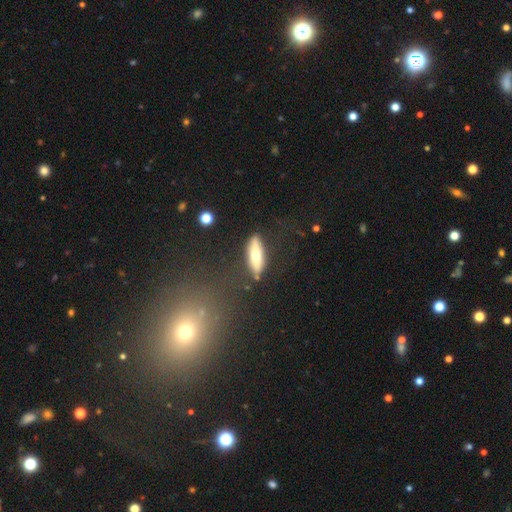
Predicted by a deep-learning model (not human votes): The model was most divided on "how rounded": cigar-shaped: 52%, in between: 45%, round: 3%. More confident: merging — none (78%); smooth or featured — smooth (61%).